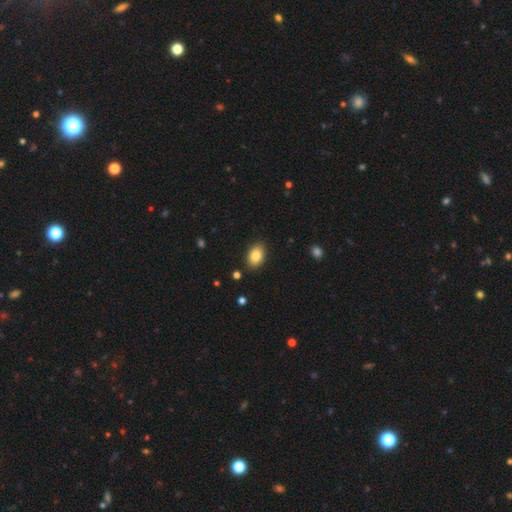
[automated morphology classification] The model was most divided on "how rounded": in between: 86%, round: 13%, cigar-shaped: 1%. More confident: merging — none (88%); smooth or featured — smooth (85%).